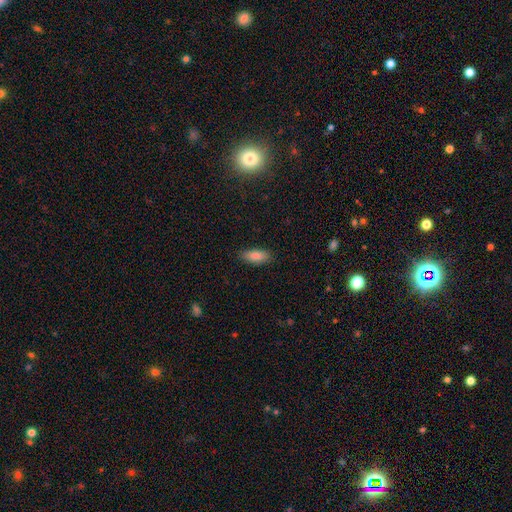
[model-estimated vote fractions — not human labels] Overall: smooth (83%). How rounded: in between (79%). Merging: none (87%).